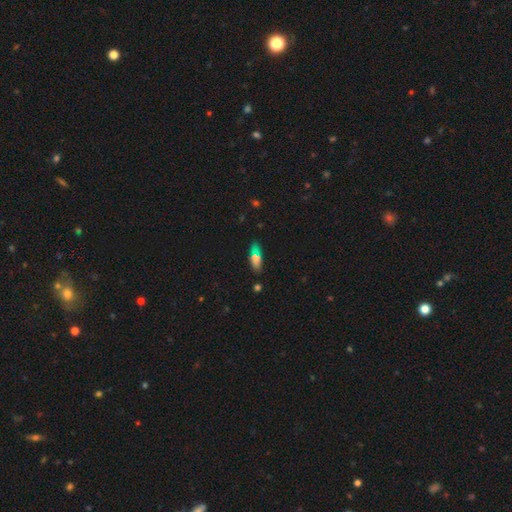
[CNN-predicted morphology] Q: Smooth or featured?
A: smooth (72%); runner-up: featured or disk (15%)
Q: How rounded?
A: in between (65%); runner-up: cigar-shaped (31%)
Q: Merging?
A: none (80%); runner-up: minor disturbance (14%)